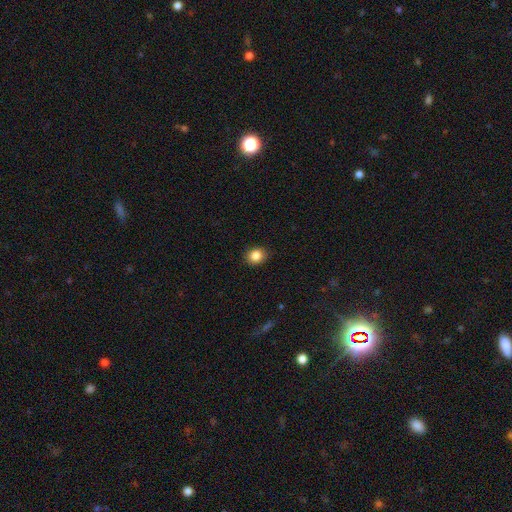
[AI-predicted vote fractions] smooth 85%, star or artifact 10%, featured or disk 5%. Down the decision tree: how rounded — round (64%); merging — none (89%).